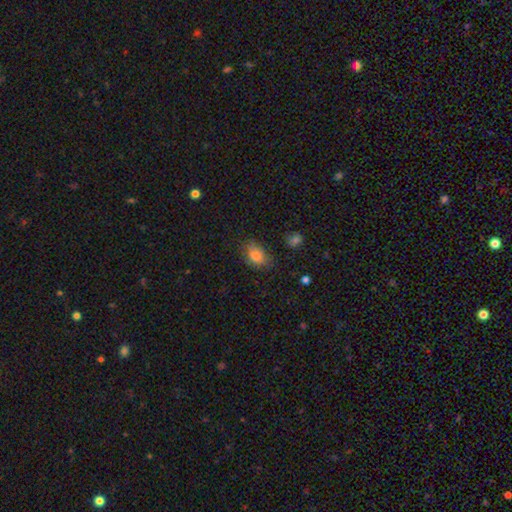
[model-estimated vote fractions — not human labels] The model was most divided on "merging": none: 70%, minor disturbance: 23%, major disturbance: 6%, merger: 2%. More confident: smooth or featured — smooth (79%); how rounded — in between (78%).